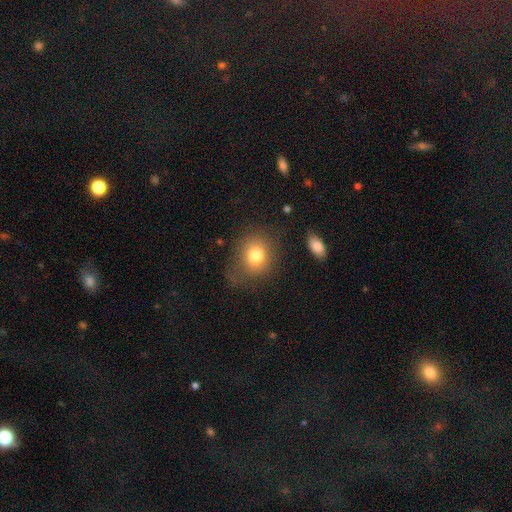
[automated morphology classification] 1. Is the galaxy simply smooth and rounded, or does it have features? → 79% smooth, 11% featured or disk, 10% star or artifact.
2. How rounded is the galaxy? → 67% round, 32% in between, 1% cigar-shaped.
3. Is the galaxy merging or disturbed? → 64% none, 20% minor disturbance, 12% major disturbance, 3% merger.